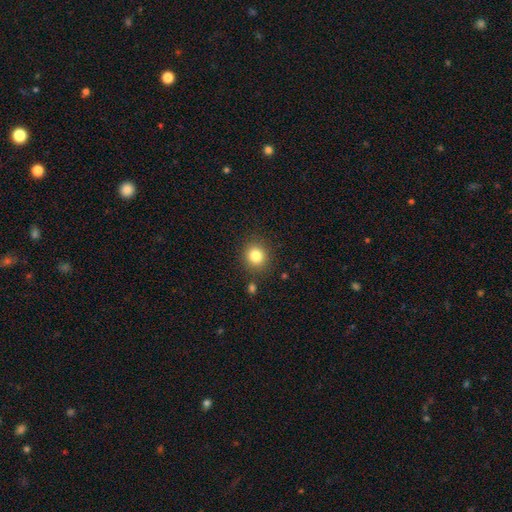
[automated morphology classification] A smooth galaxy with no disk features (84%) that is round (87%). Merging: none (86%).